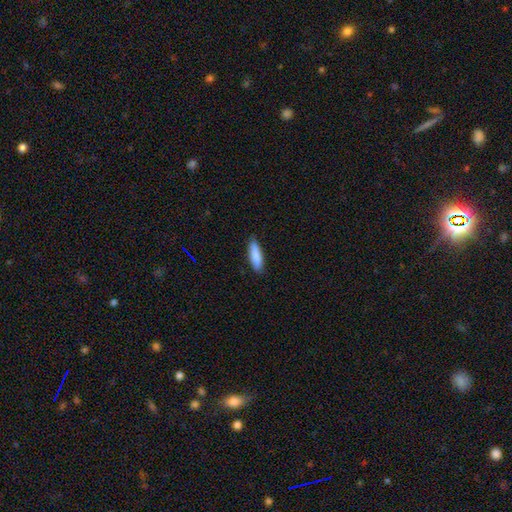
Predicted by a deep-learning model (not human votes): smooth-or-featured: smooth: 86% | featured or disk: 8% | star or artifact: 6%
  how-rounded: cigar-shaped: 63% | in between: 36% | round: 1%
  merging: none: 88% | minor disturbance: 10% | major disturbance: 2% | merger: 1%